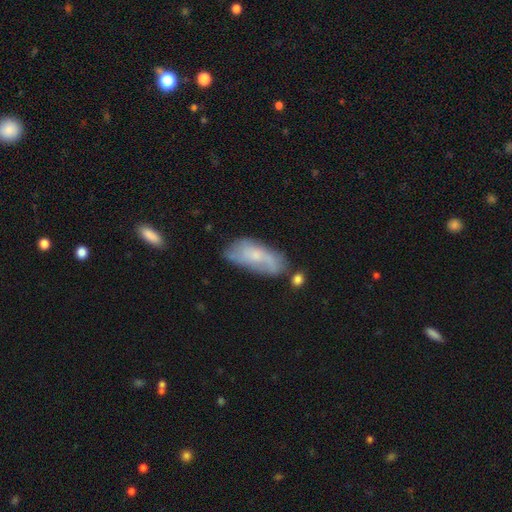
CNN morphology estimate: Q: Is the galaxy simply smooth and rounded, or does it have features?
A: smooth — 49%.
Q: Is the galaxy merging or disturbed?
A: none — 51%.